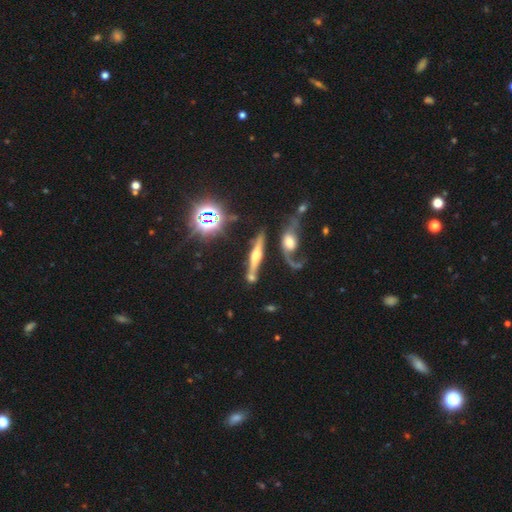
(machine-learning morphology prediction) Smooth or featured? featured or disk (64%)
Edge-on disk? yes (87%)
Edge-on bulge? rounded (83%)
Merging? none (55%)